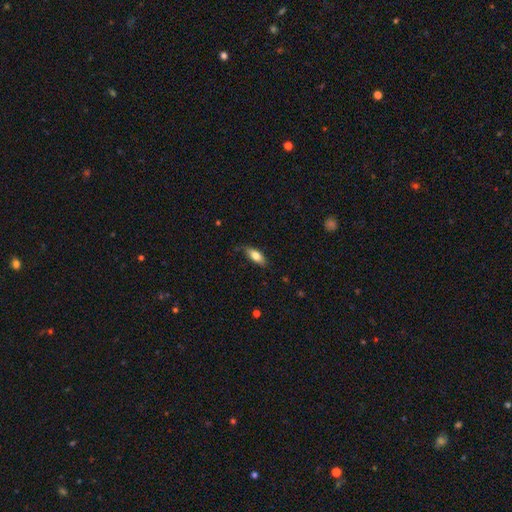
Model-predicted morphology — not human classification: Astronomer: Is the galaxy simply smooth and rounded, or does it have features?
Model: smooth — 75%.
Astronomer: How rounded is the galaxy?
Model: in between — 73%.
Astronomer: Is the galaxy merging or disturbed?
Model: none — 79%.